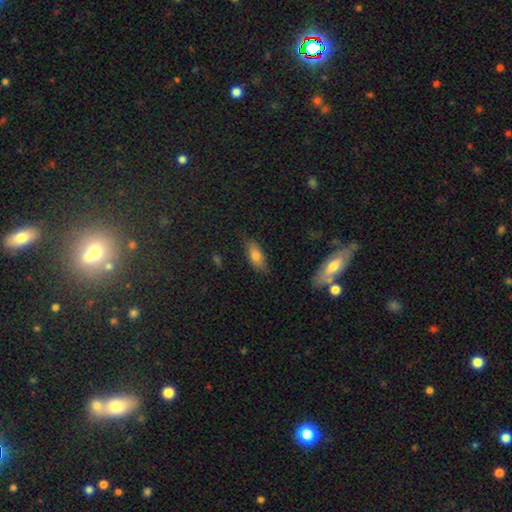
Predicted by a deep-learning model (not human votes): A smooth galaxy with no disk features (74%) that is in between round and cigar-shaped (81%).

Vote fractions:
- Smooth or featured? smooth: 74% / featured or disk: 17% / star or artifact: 9%
- How rounded? in between: 81% / cigar-shaped: 16% / round: 3%
- Merging? none: 78% / minor disturbance: 17% / major disturbance: 4% / merger: 2%